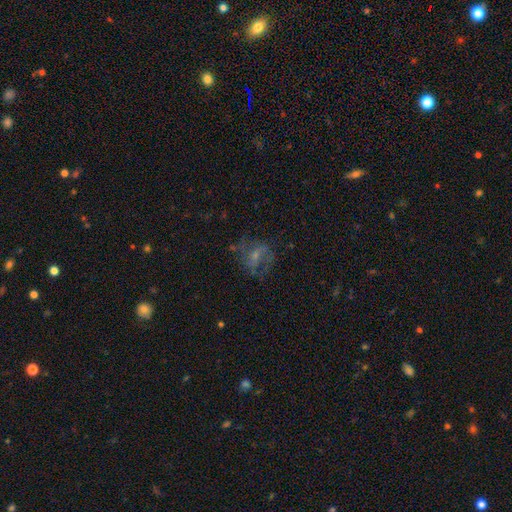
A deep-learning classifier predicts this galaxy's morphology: A featured or disk galaxy (55%) with no bar (44%), spiral arms (63%) and a small central bulge (55%).

Vote fractions:
- Smooth or featured? featured or disk: 55% / smooth: 32% / star or artifact: 13%
- Edge-on disk? no: 97% / yes: 3%
- Bar? no: 44% / weak: 42% / strong: 14%
- Spiral arms? yes: 63% / no: 37%
- Bulge size? small: 55% / moderate: 26% / none: 15% / large: 2% / dominant: 1%
- Merging? none: 52% / major disturbance: 25% / minor disturbance: 21% / merger: 2%